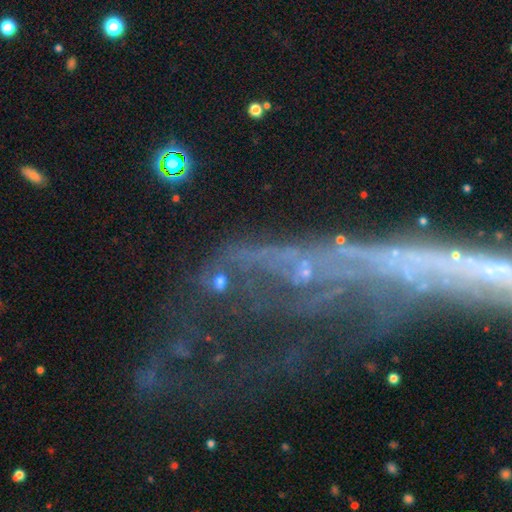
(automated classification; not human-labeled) smooth-or-featured: featured or disk: 48% | star or artifact: 35% | smooth: 17%
  merging: none: 41% | major disturbance: 28% | minor disturbance: 16% | merger: 15%